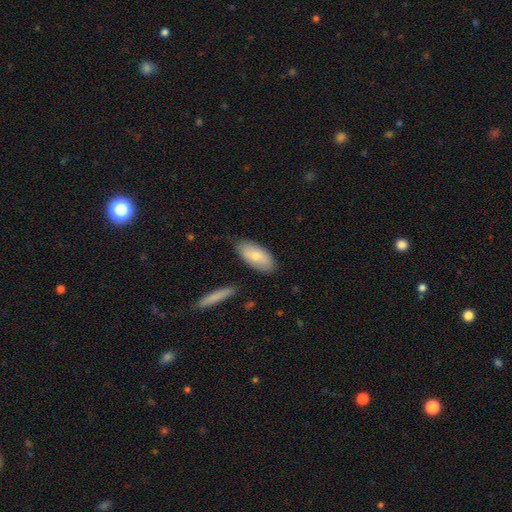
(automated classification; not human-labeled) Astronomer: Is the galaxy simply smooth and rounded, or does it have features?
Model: smooth — 71%.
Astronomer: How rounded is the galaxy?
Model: in between — 91%.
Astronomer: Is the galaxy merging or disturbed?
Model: none — 79%.